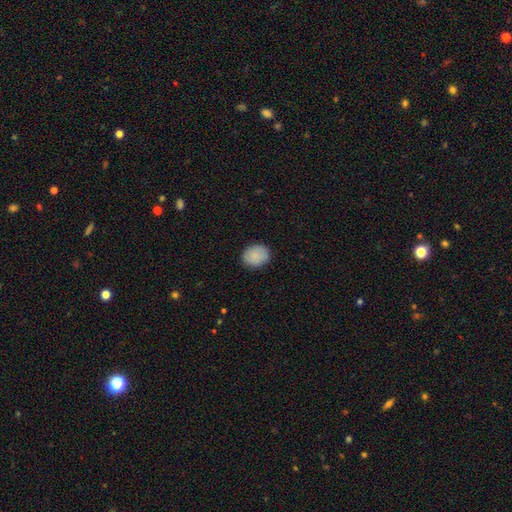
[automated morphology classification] smooth_or_featured: smooth (p=0.87) [alt: star or artifact p=0.07]
how_rounded: round (p=0.53) [alt: in between p=0.46]
merging: none (p=0.86) [alt: minor disturbance p=0.10]